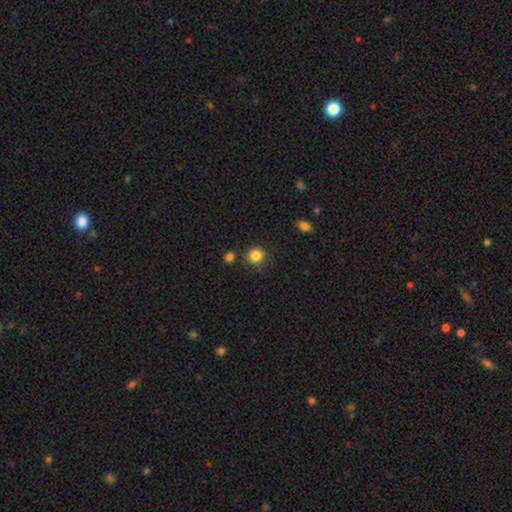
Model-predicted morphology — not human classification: Smooth or featured: smooth — 85% (star or artifact — 11%)
How rounded: round — 86% (in between — 13%)
Merging: none — 80% (minor disturbance — 11%)